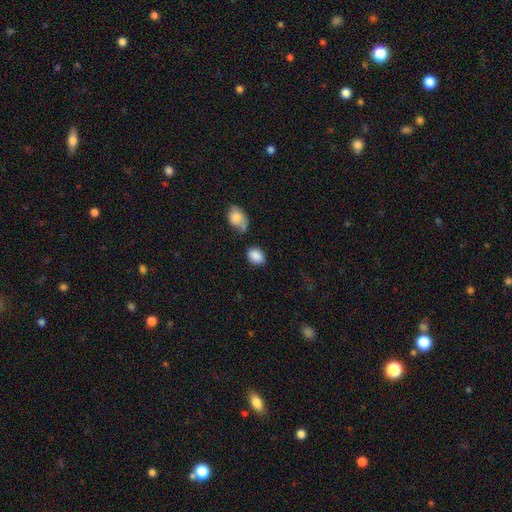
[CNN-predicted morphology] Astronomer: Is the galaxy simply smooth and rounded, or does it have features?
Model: smooth — 88%.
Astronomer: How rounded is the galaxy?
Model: in between — 71%.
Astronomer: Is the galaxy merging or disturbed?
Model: none — 68%.